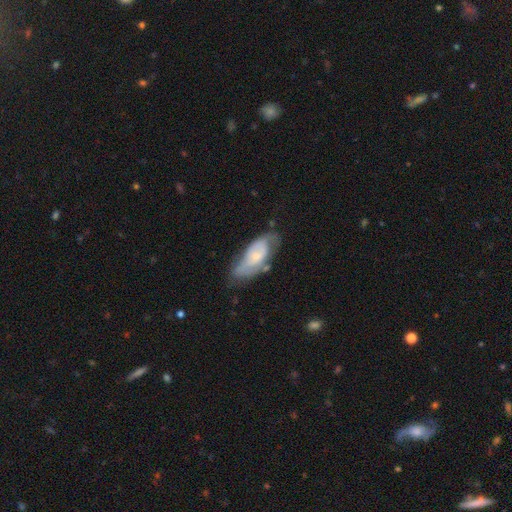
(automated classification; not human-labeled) Smooth or featured? Predicted: featured or disk (p=0.57). Edge-on disk? Predicted: no (p=0.89). Bar? Predicted: no (p=0.66). Spiral arms? Predicted: yes (p=0.70). Bulge size? Predicted: small (p=0.59). Merging? Predicted: none (p=0.50).